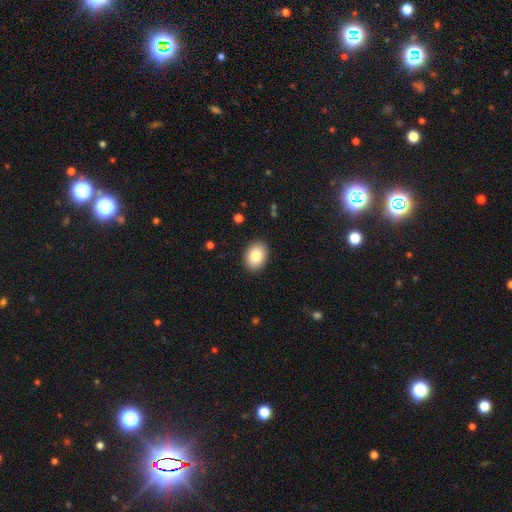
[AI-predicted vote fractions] smooth-or-featured: smooth: 86% | star or artifact: 7% | featured or disk: 7%
  how-rounded: in between: 78% | round: 21% | cigar-shaped: 1%
  merging: none: 90% | minor disturbance: 8% | major disturbance: 2% | merger: 1%